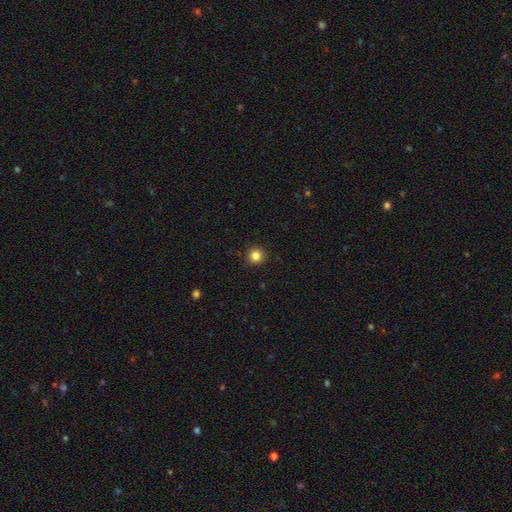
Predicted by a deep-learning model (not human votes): Overall: smooth (84%). How rounded: round (95%). Merging: none (92%).